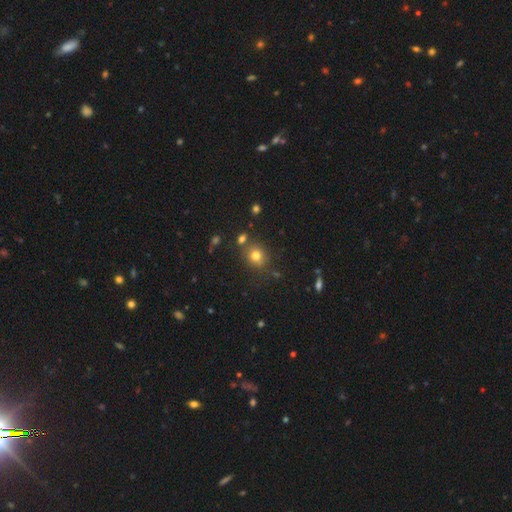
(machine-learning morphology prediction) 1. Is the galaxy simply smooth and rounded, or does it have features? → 75% smooth, 16% star or artifact, 9% featured or disk.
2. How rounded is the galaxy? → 74% round, 25% in between, 1% cigar-shaped.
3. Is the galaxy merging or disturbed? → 76% none, 12% minor disturbance, 9% merger, 4% major disturbance.